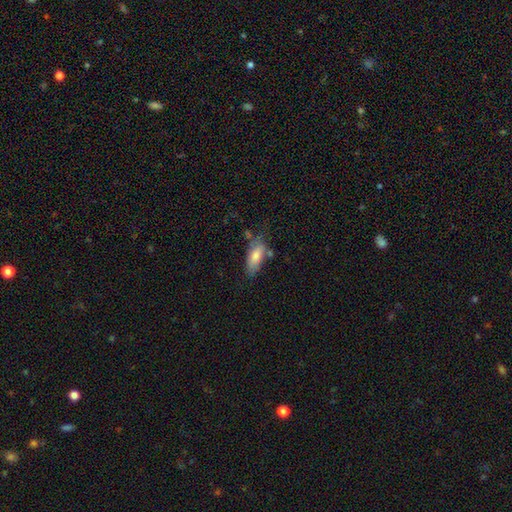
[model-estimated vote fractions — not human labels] smooth 73%, featured or disk 19%, star or artifact 8%. Down the decision tree: how rounded — in between (78%); merging — none (57%).